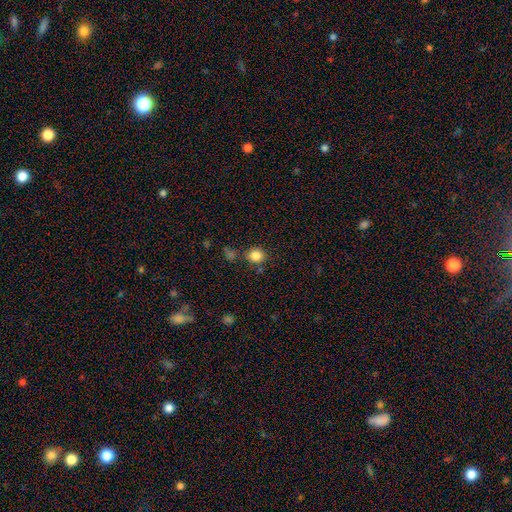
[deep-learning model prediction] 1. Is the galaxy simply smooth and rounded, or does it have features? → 84% smooth, 11% star or artifact, 5% featured or disk.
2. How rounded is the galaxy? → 81% round, 18% in between, 1% cigar-shaped.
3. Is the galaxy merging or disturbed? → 79% none, 10% minor disturbance, 7% merger, 4% major disturbance.